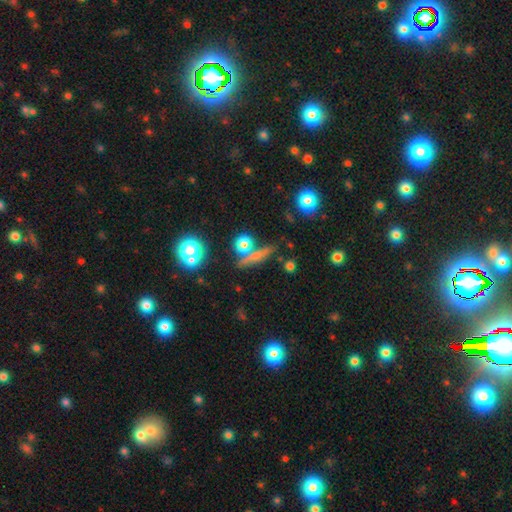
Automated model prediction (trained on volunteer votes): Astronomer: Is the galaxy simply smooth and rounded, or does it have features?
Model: smooth — 51% (runner-up: featured or disk, 33%).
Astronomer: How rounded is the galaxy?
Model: cigar-shaped — 59%.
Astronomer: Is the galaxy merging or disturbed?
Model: none — 69%.